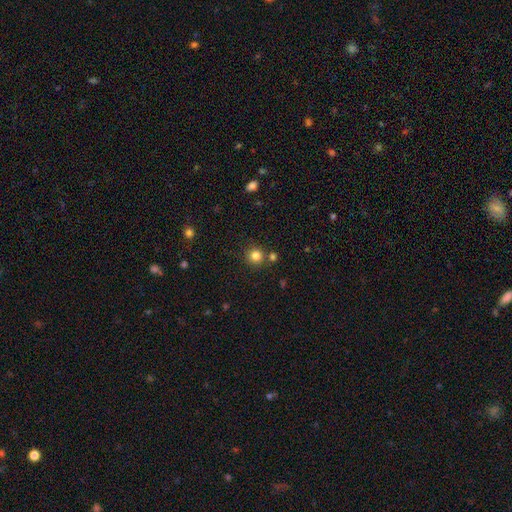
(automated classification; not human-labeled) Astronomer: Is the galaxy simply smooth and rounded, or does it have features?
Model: smooth — 82%.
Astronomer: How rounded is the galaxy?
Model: round — 92%.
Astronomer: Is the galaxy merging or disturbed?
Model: none — 80%.